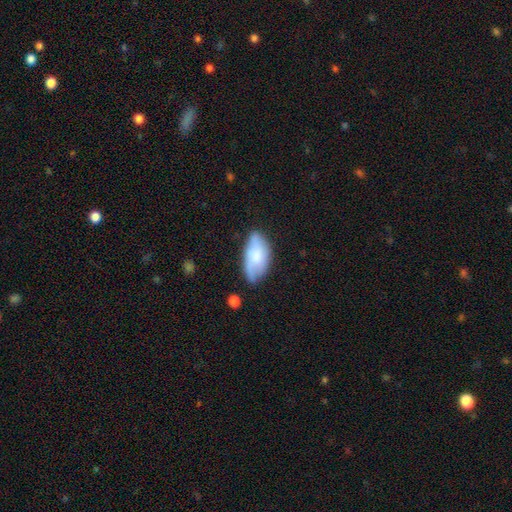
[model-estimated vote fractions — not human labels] Smooth or featured? Predicted: smooth (p=0.63). How rounded? Predicted: in between (p=0.93). Merging? Predicted: none (p=0.57).